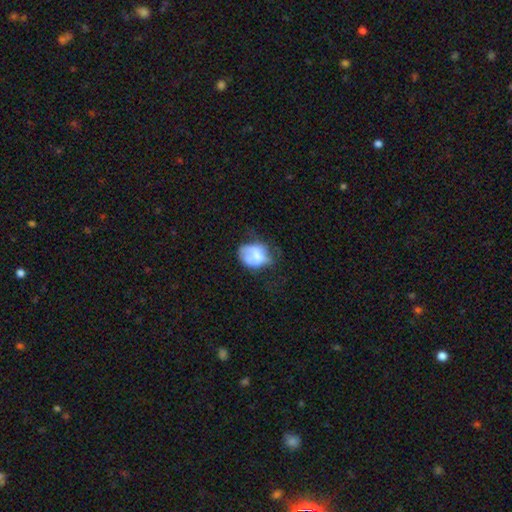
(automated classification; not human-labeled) This is possibly a smooth galaxy (56%). How rounded: likely in between (60%). Merging: marginally none (30%).